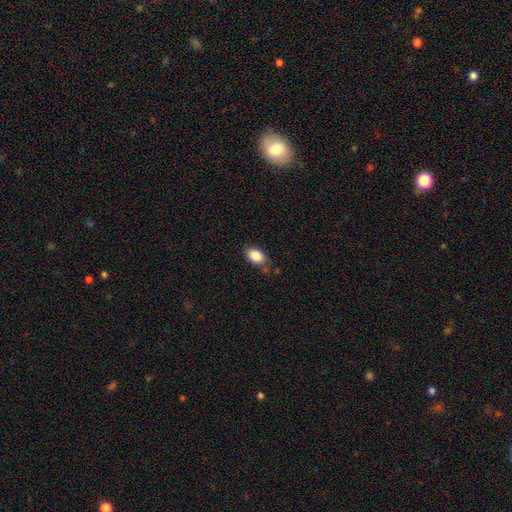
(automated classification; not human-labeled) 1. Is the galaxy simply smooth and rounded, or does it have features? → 86% smooth, 8% star or artifact, 6% featured or disk.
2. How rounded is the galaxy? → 88% in between, 10% round, 2% cigar-shaped.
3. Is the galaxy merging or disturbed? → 75% none, 18% minor disturbance, 4% major disturbance, 3% merger.